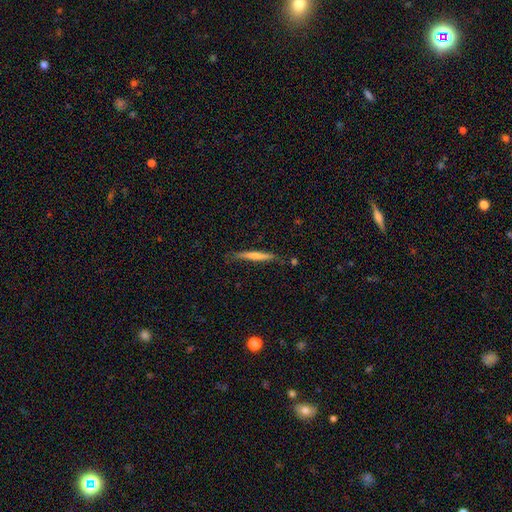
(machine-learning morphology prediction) smooth 58%, featured or disk 37%, star or artifact 6%. Down the decision tree: how rounded — cigar-shaped (95%); merging — none (78%).